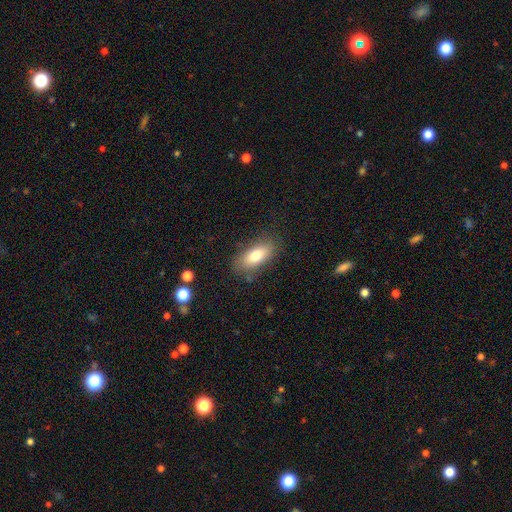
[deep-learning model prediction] smooth 76%, featured or disk 17%, star or artifact 8%. Down the decision tree: how rounded — in between (84%); merging — none (80%).